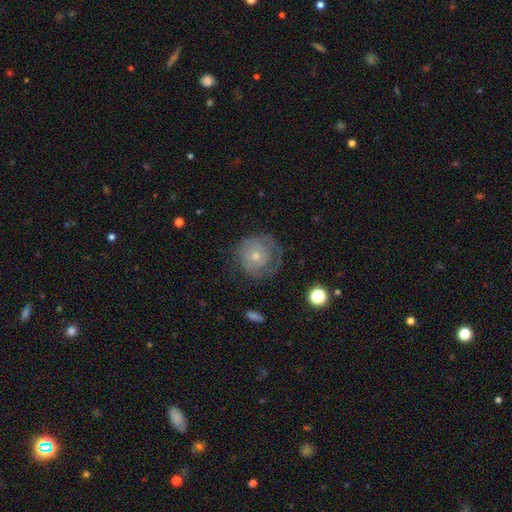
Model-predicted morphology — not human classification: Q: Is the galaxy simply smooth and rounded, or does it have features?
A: featured or disk — 67%.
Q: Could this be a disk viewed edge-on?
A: no — 98%.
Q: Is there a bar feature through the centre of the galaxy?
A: no — 81%.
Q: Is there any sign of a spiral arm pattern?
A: yes — 84%.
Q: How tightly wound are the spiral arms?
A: tight — 65%.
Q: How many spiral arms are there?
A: can't tell — 37%.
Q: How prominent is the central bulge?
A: small — 60%.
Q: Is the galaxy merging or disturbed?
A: none — 61%.